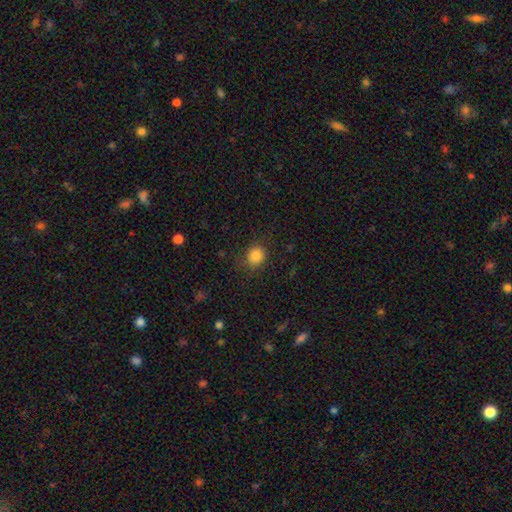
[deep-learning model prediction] smooth-or-featured: smooth: 85% | star or artifact: 11% | featured or disk: 4%
  how-rounded: round: 79% | in between: 20% | cigar-shaped: 1%
  merging: none: 83% | minor disturbance: 11% | major disturbance: 4% | merger: 1%